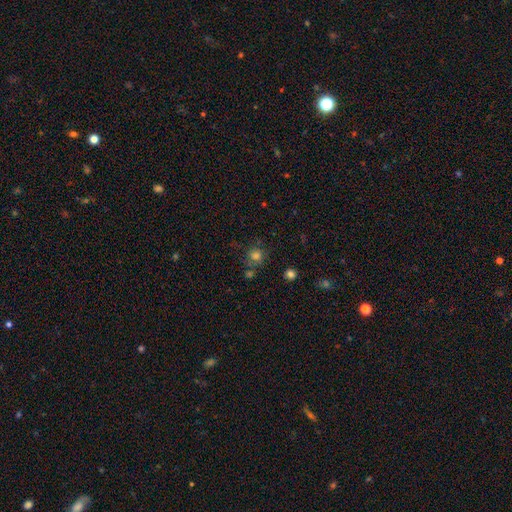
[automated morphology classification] Smooth or featured: smooth — 68% (star or artifact — 23%)
How rounded: round — 87% (in between — 12%)
Merging: none — 70% (minor disturbance — 13%)